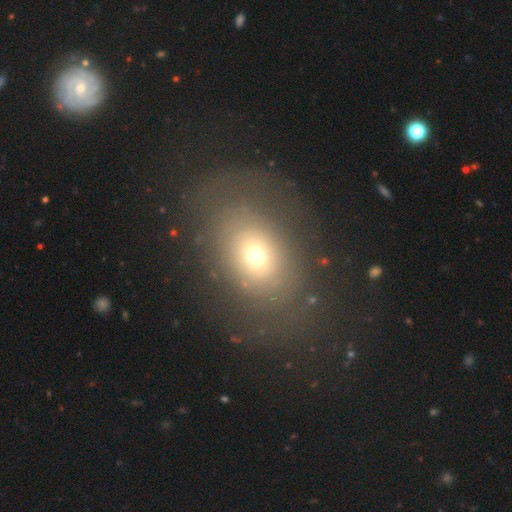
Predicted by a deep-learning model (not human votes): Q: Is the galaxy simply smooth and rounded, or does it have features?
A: smooth — 57%.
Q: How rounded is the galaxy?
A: in between — 59%.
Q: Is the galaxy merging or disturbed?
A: none — 67%.